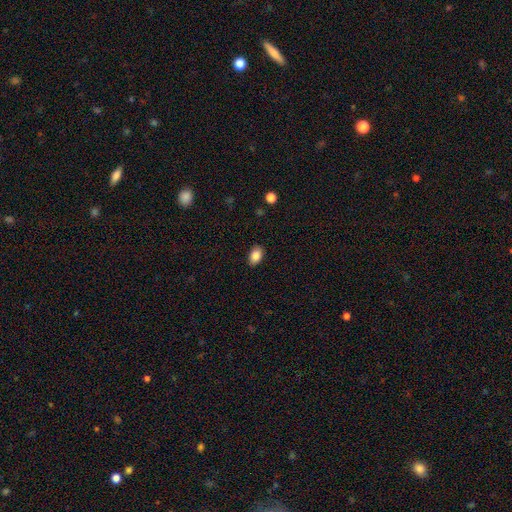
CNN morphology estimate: The model was most divided on "how rounded": in between: 86%, round: 13%, cigar-shaped: 1%. More confident: merging — none (87%); smooth or featured — smooth (86%).